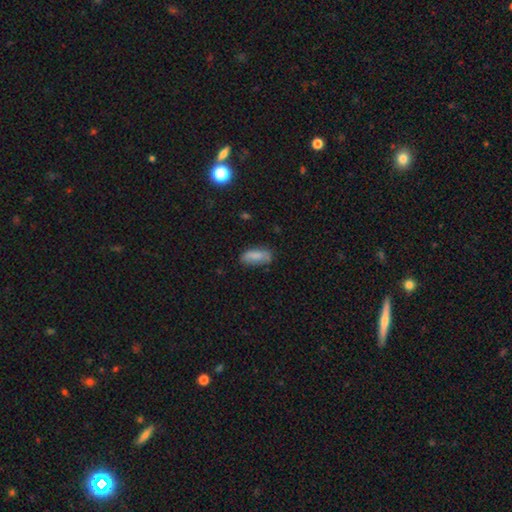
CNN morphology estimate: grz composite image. It shows a smooth galaxy with no disk features (81%) that is in between round and cigar-shaped (83%). Merging: none (67%).